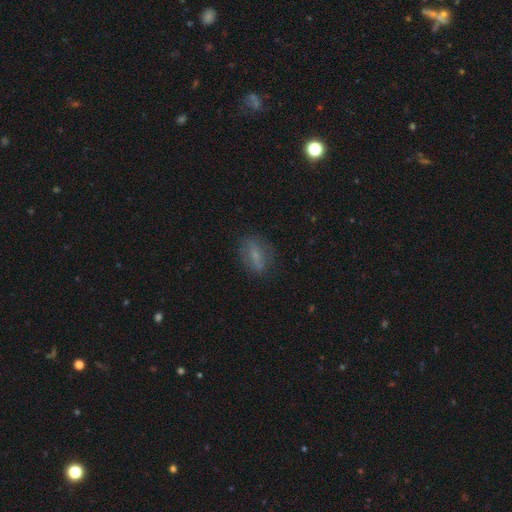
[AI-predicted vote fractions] Morphology: type=smooth (60%); roundness=in between (66%); merging=none (76%).